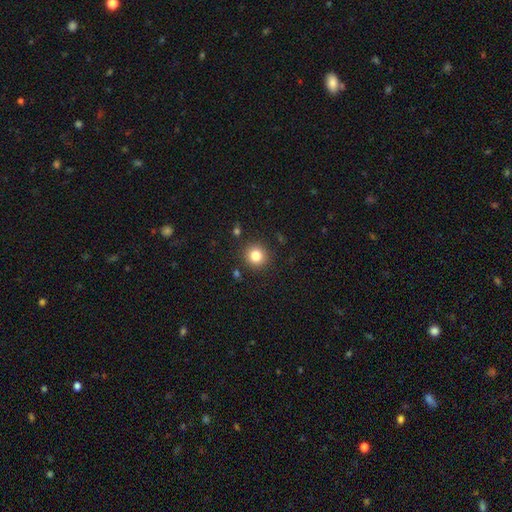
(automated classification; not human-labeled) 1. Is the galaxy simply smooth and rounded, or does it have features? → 83% smooth, 11% star or artifact, 6% featured or disk.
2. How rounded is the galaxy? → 91% round, 8% in between, 1% cigar-shaped.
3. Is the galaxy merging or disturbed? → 89% none, 7% minor disturbance, 2% major disturbance, 2% merger.